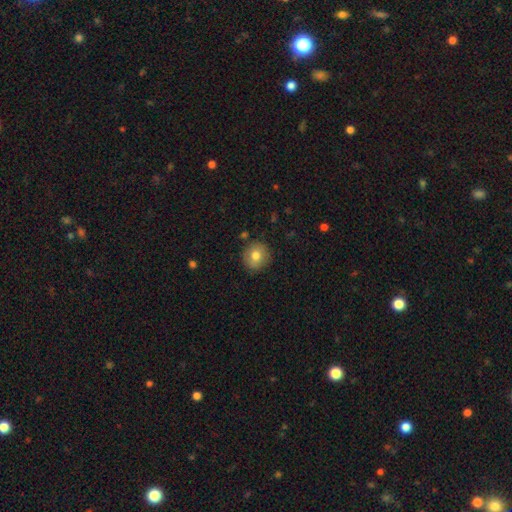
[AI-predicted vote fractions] Smooth or featured? Predicted: smooth (p=0.78). How rounded? Predicted: round (p=0.90). Merging? Predicted: none (p=0.87).